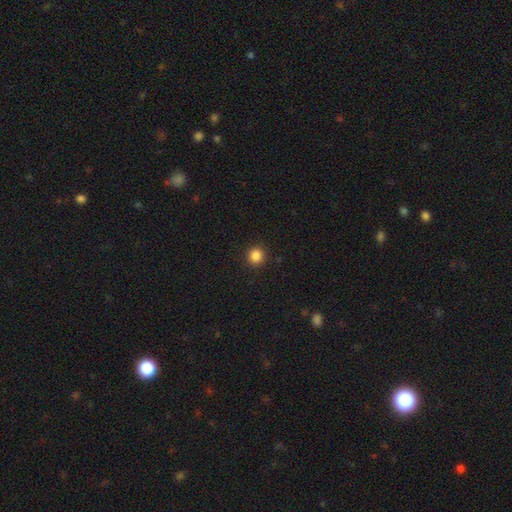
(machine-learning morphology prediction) Smooth or featured?
  - smooth: 86% *
  - star or artifact: 11%
  - featured or disk: 3%
How rounded?
  - round: 92% *
  - in between: 7%
  - cigar-shaped: 1%
Merging?
  - none: 92% *
  - minor disturbance: 5%
  - major disturbance: 2%
  - merger: 1%